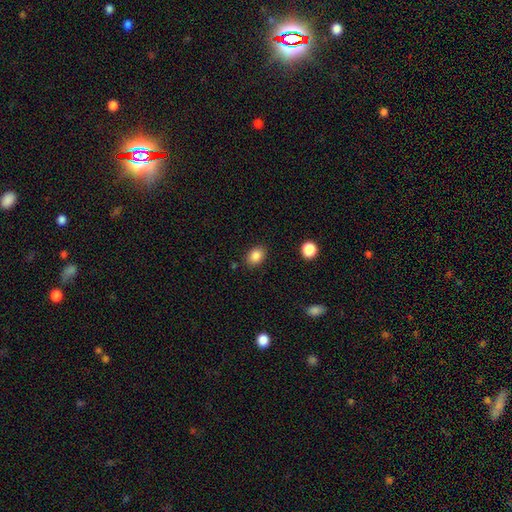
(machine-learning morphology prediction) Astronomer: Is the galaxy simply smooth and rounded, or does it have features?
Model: smooth — 86%.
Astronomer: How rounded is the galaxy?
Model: in between — 65%.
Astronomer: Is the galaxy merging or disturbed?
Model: none — 85%.